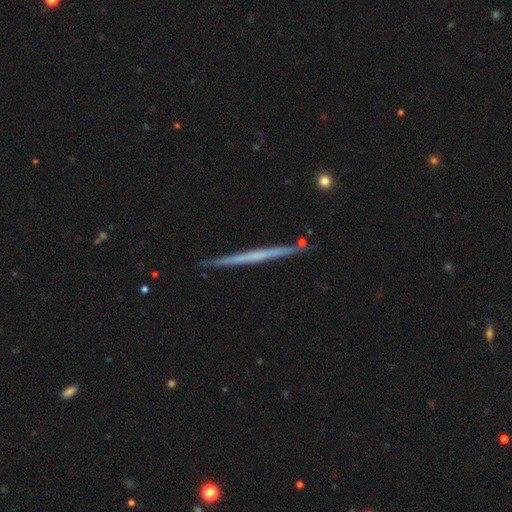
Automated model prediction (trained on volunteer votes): Q: Smooth or featured?
A: featured or disk (60%); runner-up: smooth (34%)
Q: Edge-on disk?
A: yes (98%); runner-up: no (2%)
Q: Edge-on bulge?
A: none (88%); runner-up: rounded (9%)
Q: Merging?
A: none (90%); runner-up: minor disturbance (7%)